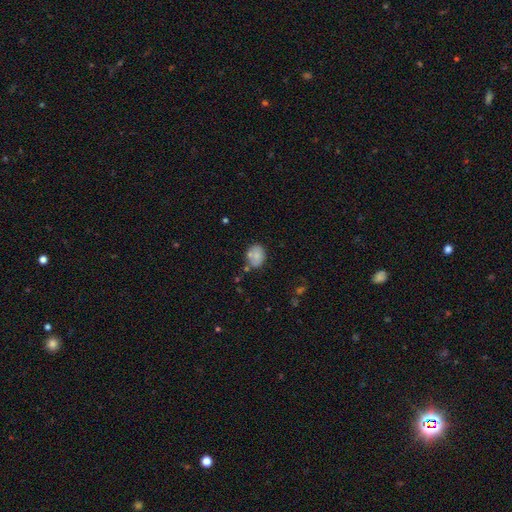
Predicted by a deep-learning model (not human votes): Smooth or featured? Predicted: smooth (p=0.74). How rounded? Predicted: in between (p=0.63). Merging? Predicted: none (p=0.60).